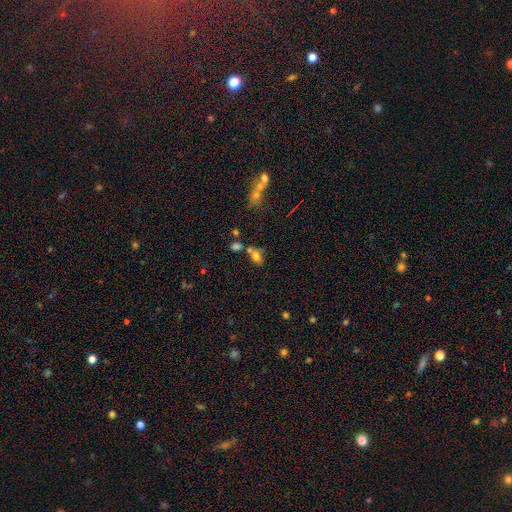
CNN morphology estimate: type=smooth (72%); roundness=in between (76%); merging=none (43%).